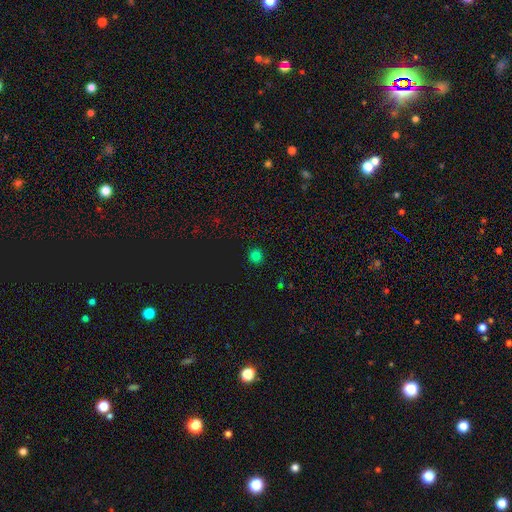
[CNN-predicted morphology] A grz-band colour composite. It shows a smooth galaxy with no disk features (79%) that is round (92%). Merging: none (92%).